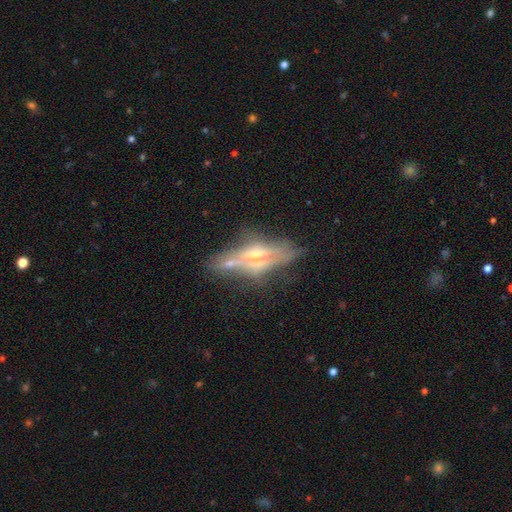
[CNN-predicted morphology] The model was most divided on "merging": none: 56%, minor disturbance: 19%, major disturbance: 13%, merger: 12%. More confident: edge-on disk — yes (78%); edge-on bulge — rounded (77%); smooth or featured — featured or disk (69%).